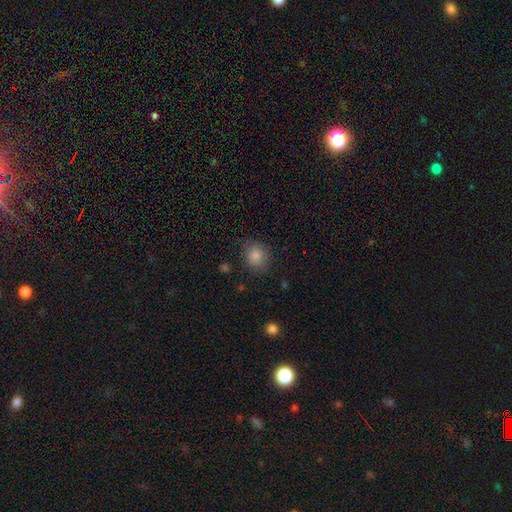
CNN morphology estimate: Smooth or featured? smooth (85%)
How rounded? round (76%)
Merging? none (82%)